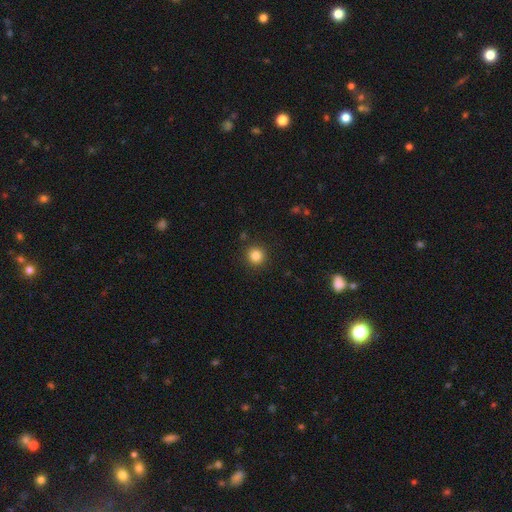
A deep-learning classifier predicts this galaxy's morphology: Smooth or featured? Predicted: smooth (p=0.84). How rounded? Predicted: round (p=0.94). Merging? Predicted: none (p=0.91).